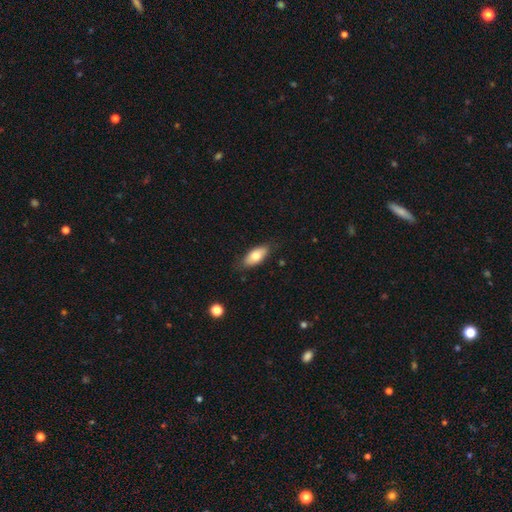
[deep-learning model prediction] Smooth or featured?
  - smooth: 75% *
  - featured or disk: 19%
  - star or artifact: 7%
How rounded?
  - in between: 88% *
  - cigar-shaped: 10%
  - round: 3%
Merging?
  - none: 81% *
  - minor disturbance: 15%
  - major disturbance: 3%
  - merger: 1%